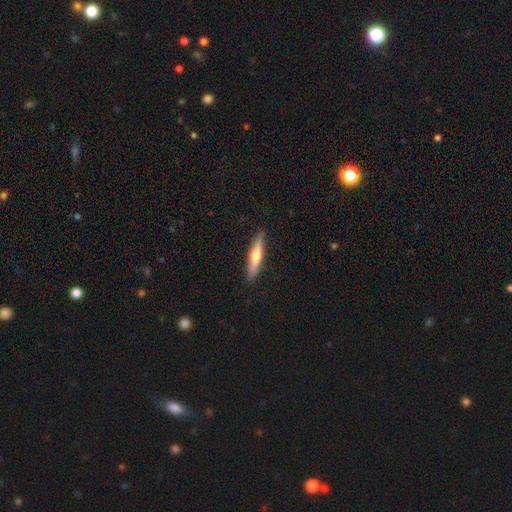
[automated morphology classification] Q: Smooth or featured?
A: featured or disk (50%); runner-up: smooth (45%)
Q: Edge-on disk?
A: yes (94%); runner-up: no (6%)
Q: Merging?
A: none (89%); runner-up: minor disturbance (8%)